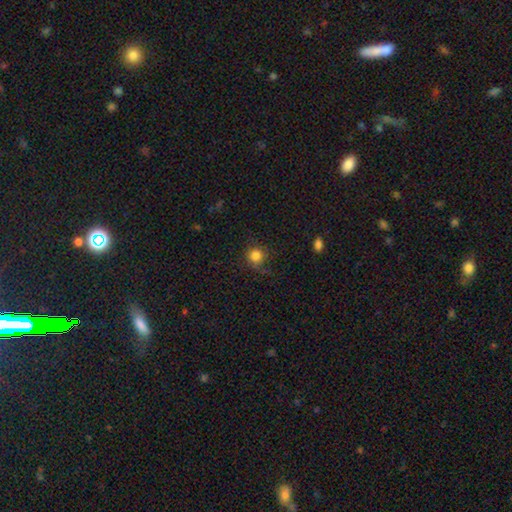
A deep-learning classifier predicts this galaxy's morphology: This appears to be a smooth galaxy with no disk features (83%) that is round (92%). Merging: none (76%).